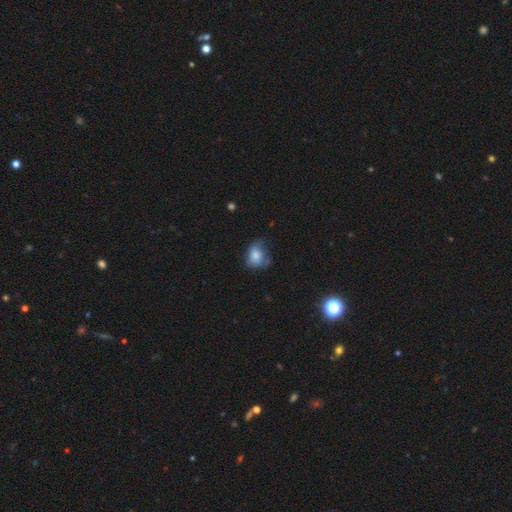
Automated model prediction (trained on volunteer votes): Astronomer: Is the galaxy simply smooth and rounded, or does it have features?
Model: smooth — 73%.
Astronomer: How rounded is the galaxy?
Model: in between — 64%.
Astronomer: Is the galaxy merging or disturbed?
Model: none — 38% (runner-up: minor disturbance, 37%).